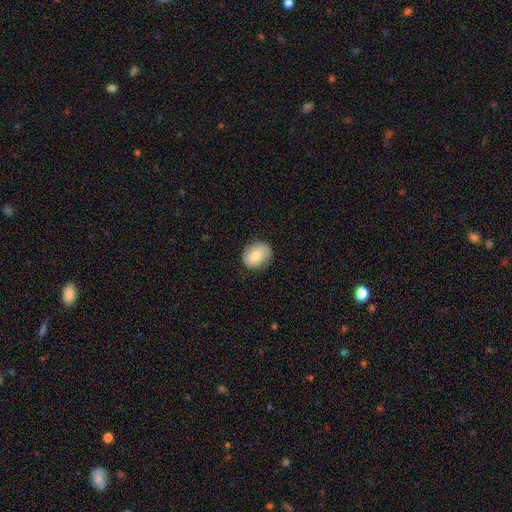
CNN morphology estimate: Overall: smooth (76%). How rounded: round (52%; in between 47%). Merging: none (81%).